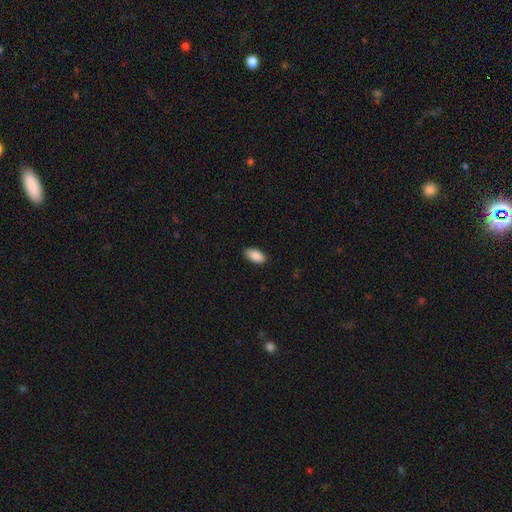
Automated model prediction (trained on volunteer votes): Smooth or featured? Predicted: smooth (p=0.90). How rounded? Predicted: in between (p=0.94). Merging? Predicted: none (p=0.88).